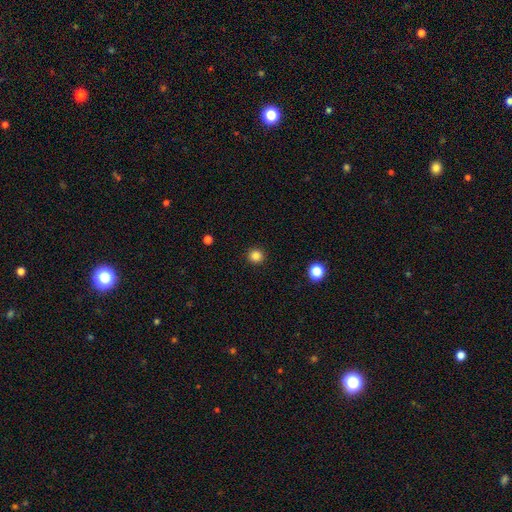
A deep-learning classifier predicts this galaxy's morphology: Smooth or featured: smooth — 84% (star or artifact — 12%)
How rounded: round — 93% (in between — 6%)
Merging: none — 92% (minor disturbance — 5%)